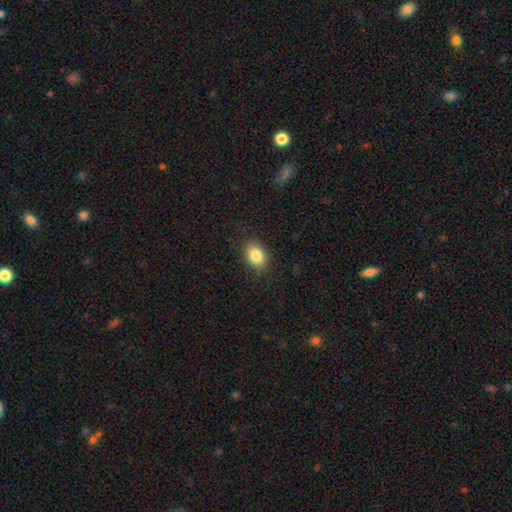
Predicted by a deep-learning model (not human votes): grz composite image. It shows a smooth galaxy with no disk features (85%) that is in between round and cigar-shaped (80%). Merging: none (88%).